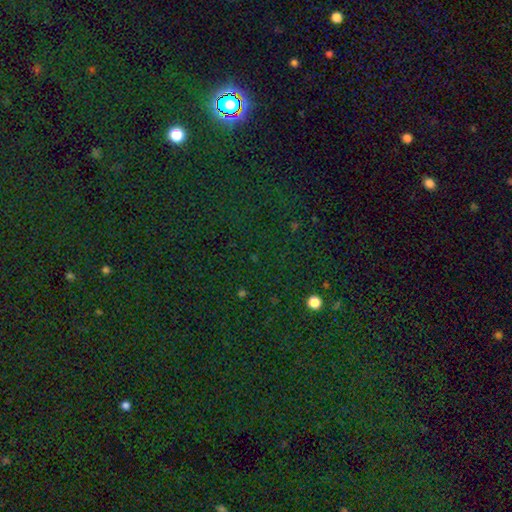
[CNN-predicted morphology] Smooth or featured? star or artifact (79%)